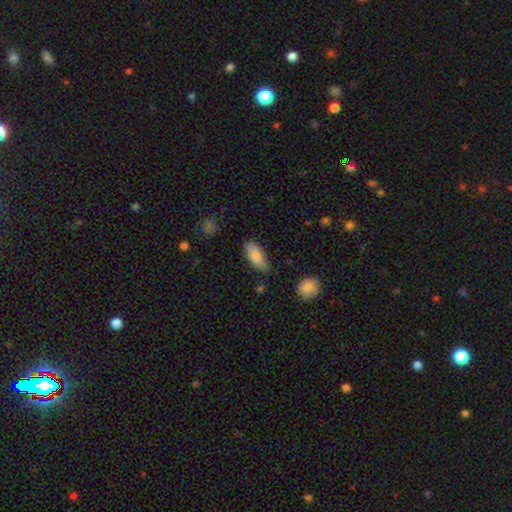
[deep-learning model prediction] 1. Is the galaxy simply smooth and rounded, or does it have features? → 80% smooth, 13% featured or disk, 7% star or artifact.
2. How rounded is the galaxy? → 82% in between, 15% cigar-shaped, 2% round.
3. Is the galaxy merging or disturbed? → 74% none, 21% minor disturbance, 3% major disturbance, 2% merger.